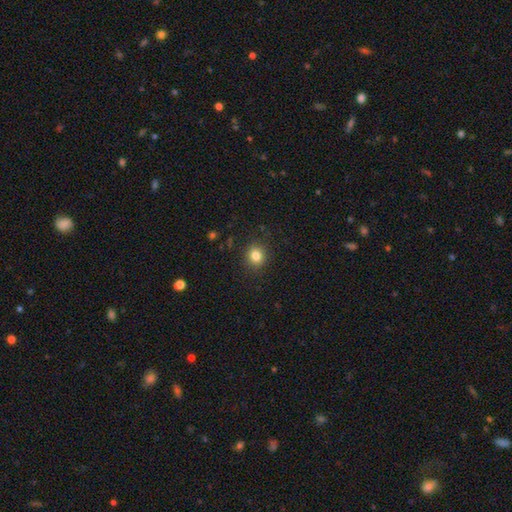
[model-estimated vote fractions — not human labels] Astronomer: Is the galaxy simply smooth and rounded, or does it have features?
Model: smooth — 82%.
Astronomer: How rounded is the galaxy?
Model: round — 83%.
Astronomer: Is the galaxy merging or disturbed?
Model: none — 89%.